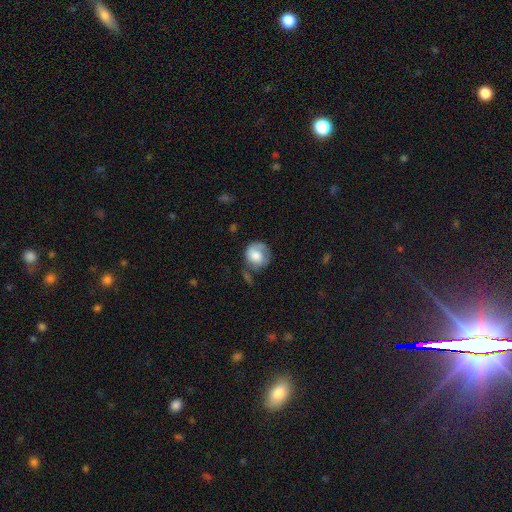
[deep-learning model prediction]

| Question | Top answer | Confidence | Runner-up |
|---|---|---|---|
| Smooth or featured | smooth | 65% | featured or disk (28%) |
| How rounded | round | 80% | in between (19%) |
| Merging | none | 48% | minor disturbance (28%) |